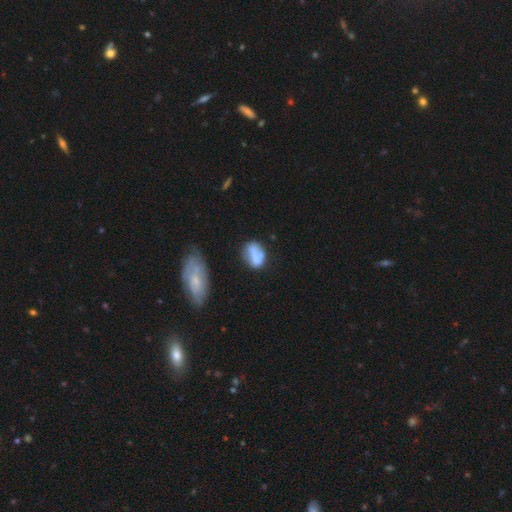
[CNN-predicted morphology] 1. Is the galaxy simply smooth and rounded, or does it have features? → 65% smooth, 27% featured or disk, 8% star or artifact.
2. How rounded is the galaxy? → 76% in between, 21% round, 3% cigar-shaped.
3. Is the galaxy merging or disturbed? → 47% none, 27% minor disturbance, 13% merger, 13% major disturbance.